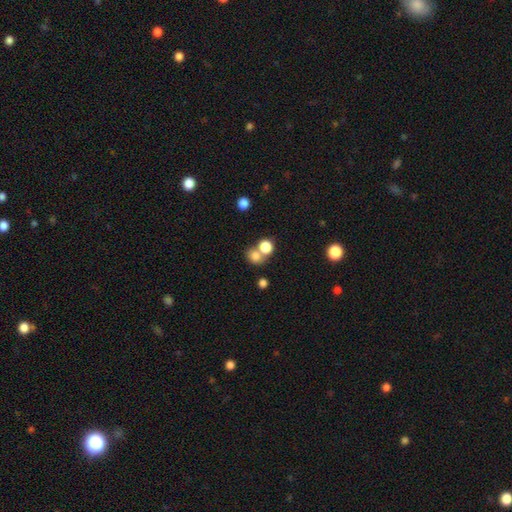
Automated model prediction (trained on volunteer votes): This is likely a smooth galaxy (78%). How rounded: likely round (74%). Merging: possibly none (46%).